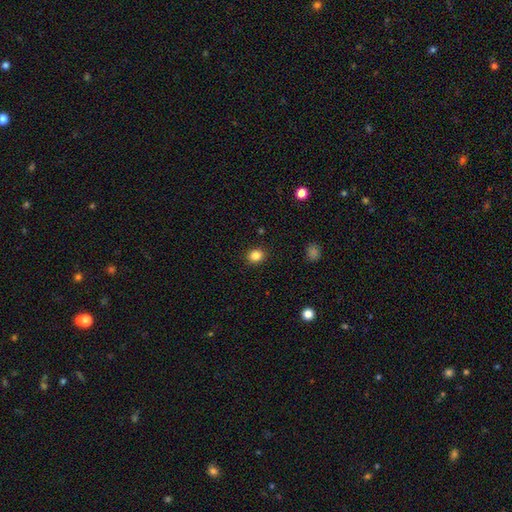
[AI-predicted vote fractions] Morphology: type=smooth (84%); roundness=round (73%); merging=none (90%).